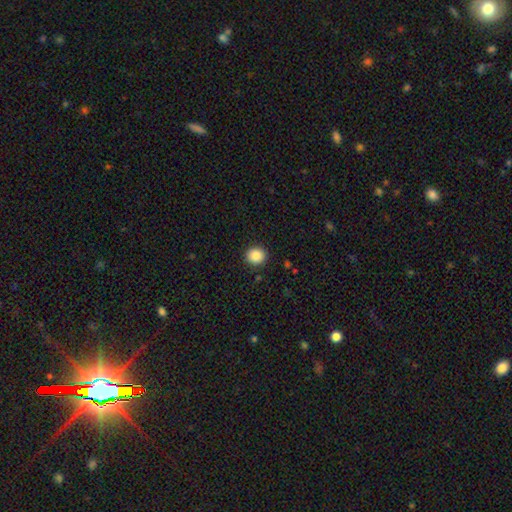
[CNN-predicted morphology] A smooth galaxy with no disk features (88%) that is round (86%). Merging: none (91%).